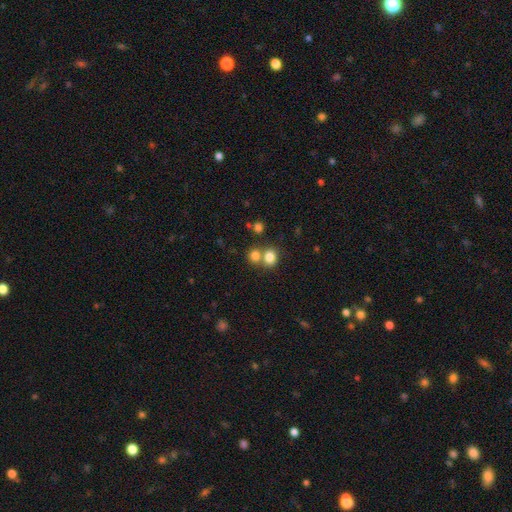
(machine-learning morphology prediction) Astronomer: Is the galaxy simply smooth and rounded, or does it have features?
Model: smooth — 79%.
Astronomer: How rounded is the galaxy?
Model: round — 78%.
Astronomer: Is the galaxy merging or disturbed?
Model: none — 50% (runner-up: merger, 41%).